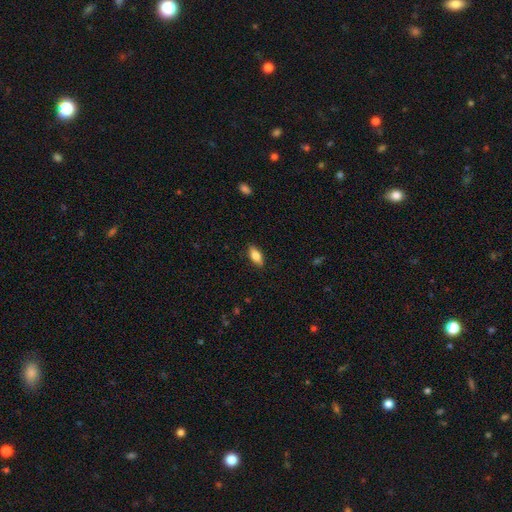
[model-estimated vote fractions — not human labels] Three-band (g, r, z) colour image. It shows a smooth galaxy with no disk features (81%) that is in between round and cigar-shaped (87%). Merging: none (87%).